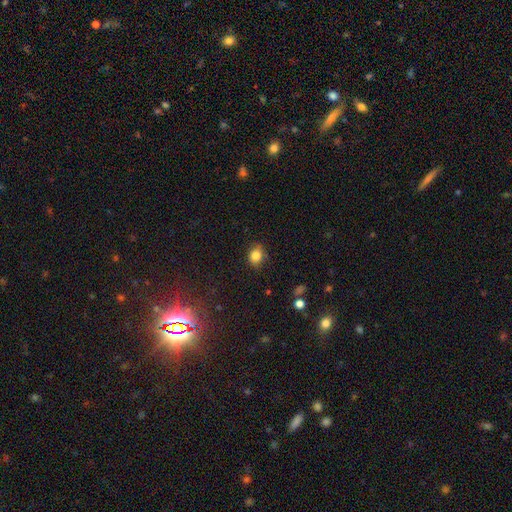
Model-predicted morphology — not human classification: type=smooth (82%); roundness=round (54%); merging=none (78%).